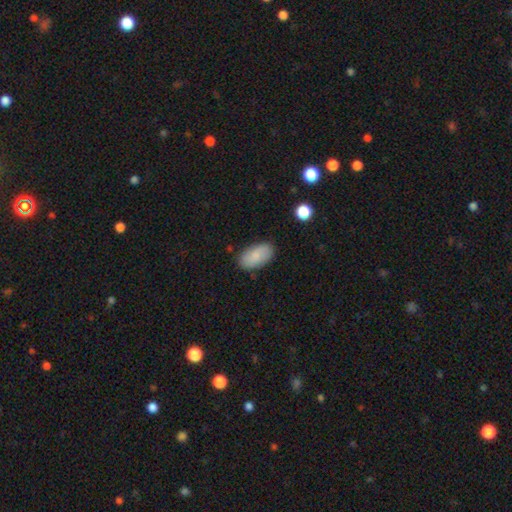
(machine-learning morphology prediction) smooth 84%, featured or disk 10%, star or artifact 6%. Down the decision tree: how rounded — in between (95%); merging — none (84%).